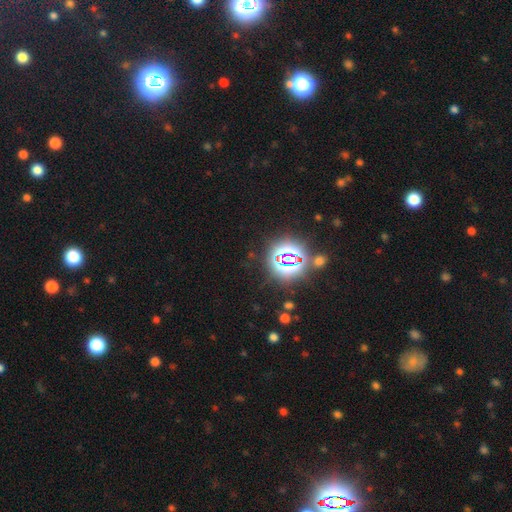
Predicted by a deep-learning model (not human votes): star or artifact 81%, smooth 13%, featured or disk 6%.